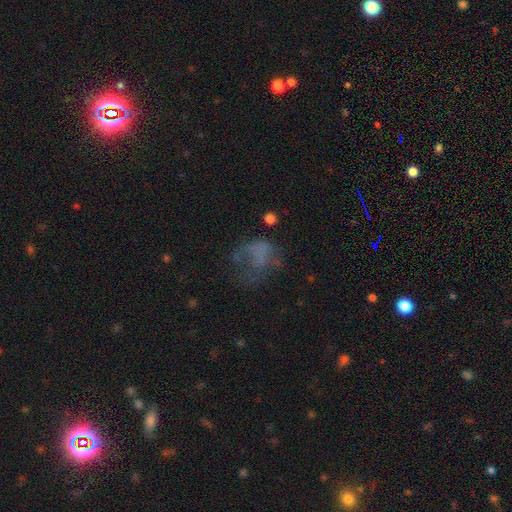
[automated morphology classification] Smooth or featured: smooth — 41% (featured or disk — 36%)
Merging: major disturbance — 42% (none — 34%)